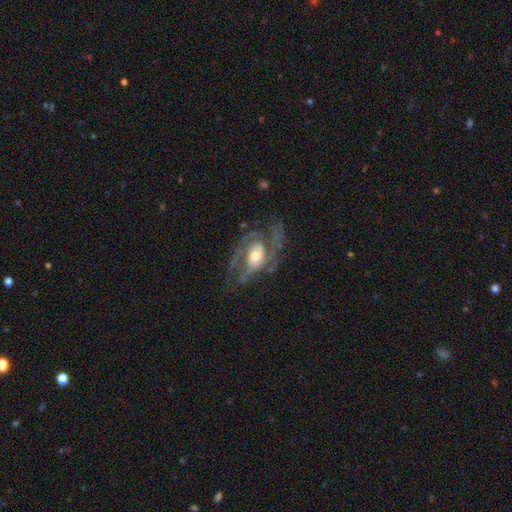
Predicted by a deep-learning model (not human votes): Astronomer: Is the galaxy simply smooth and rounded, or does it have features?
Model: featured or disk — 86%.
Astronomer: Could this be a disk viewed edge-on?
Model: no — 96%.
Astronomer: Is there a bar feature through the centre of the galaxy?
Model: no — 58%.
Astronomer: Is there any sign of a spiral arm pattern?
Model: yes — 92%.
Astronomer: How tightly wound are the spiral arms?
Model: medium — 48% (runner-up: tight, 34%).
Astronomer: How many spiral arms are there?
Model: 2 — 52%.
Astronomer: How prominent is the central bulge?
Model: moderate — 61%.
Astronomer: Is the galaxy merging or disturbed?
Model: none — 59%.